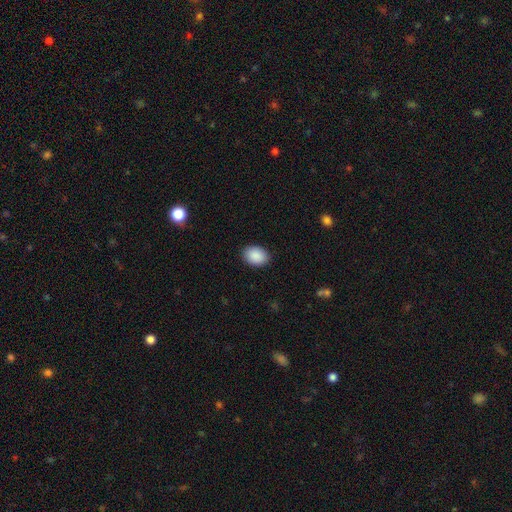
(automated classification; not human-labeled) This appears to be a smooth galaxy with no disk features (90%) that is in between round and cigar-shaped (75%). Merging: none (89%).